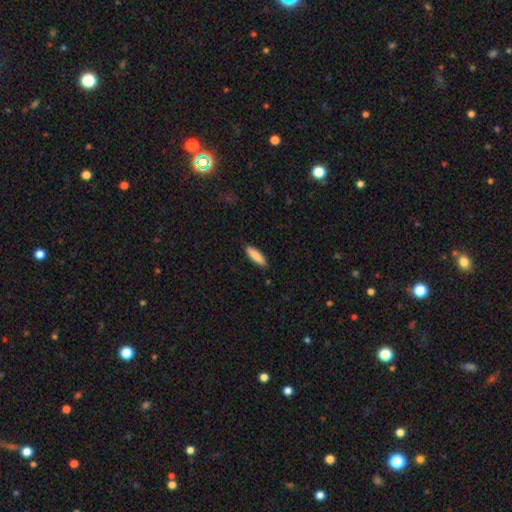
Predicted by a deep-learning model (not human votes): A smooth galaxy with no disk features (87%) that is cigar-shaped (58%). Merging: none (88%).